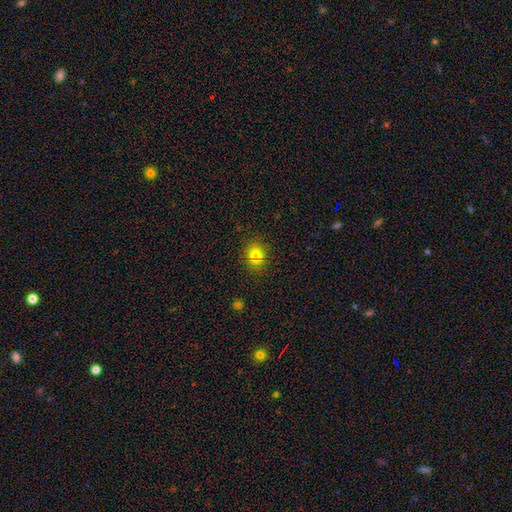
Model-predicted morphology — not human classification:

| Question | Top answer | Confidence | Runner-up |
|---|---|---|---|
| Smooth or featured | smooth | 79% | star or artifact (13%) |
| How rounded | round | 68% | in between (31%) |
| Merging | none | 87% | minor disturbance (9%) |